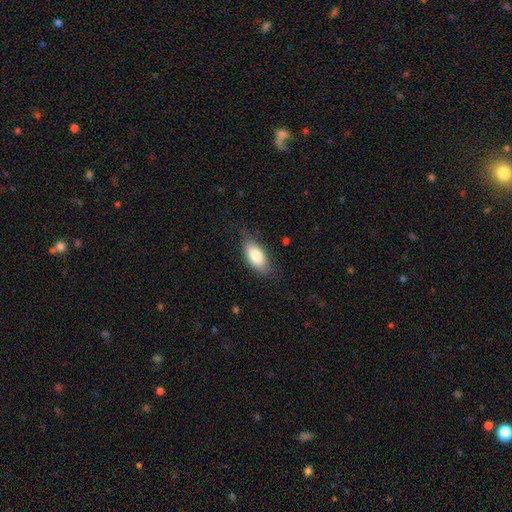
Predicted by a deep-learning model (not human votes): Smooth or featured? smooth (80%)
How rounded? in between (90%)
Merging? none (72%)